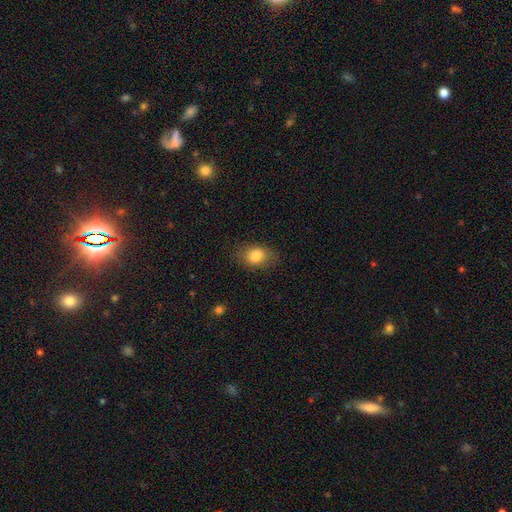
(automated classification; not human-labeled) smooth_or_featured: smooth (p=0.82) [alt: featured or disk p=0.10]
how_rounded: in between (p=0.70) [alt: round p=0.29]
merging: none (p=0.78) [alt: minor disturbance p=0.16]